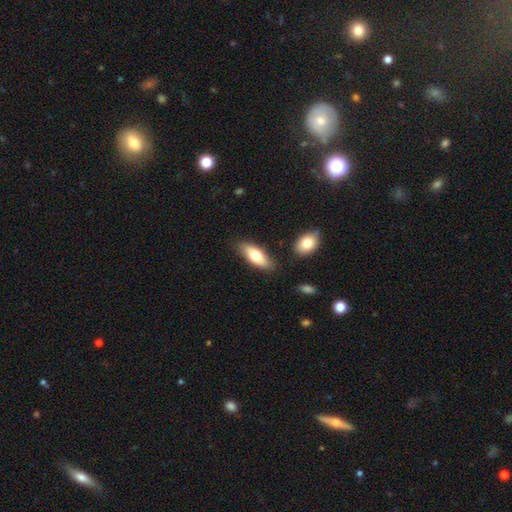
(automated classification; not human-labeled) Smooth or featured: smooth — 74% (featured or disk — 20%)
How rounded: in between — 74% (cigar-shaped — 24%)
Merging: none — 80% (minor disturbance — 13%)